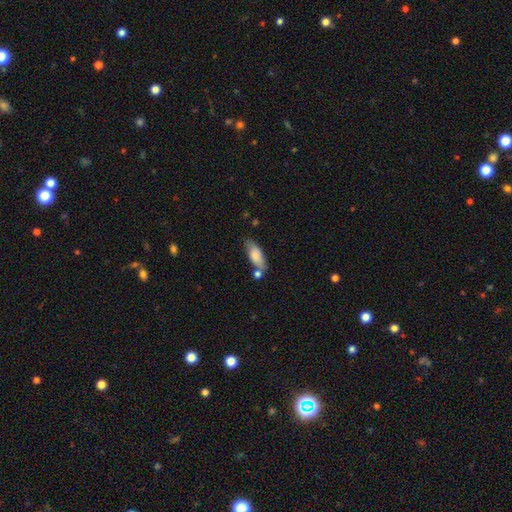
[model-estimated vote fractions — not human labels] Smooth or featured?
  - smooth: 79% *
  - featured or disk: 15%
  - star or artifact: 6%
How rounded?
  - in between: 76% *
  - cigar-shaped: 21%
  - round: 2%
Merging?
  - none: 59% *
  - minor disturbance: 19%
  - merger: 16%
  - major disturbance: 5%